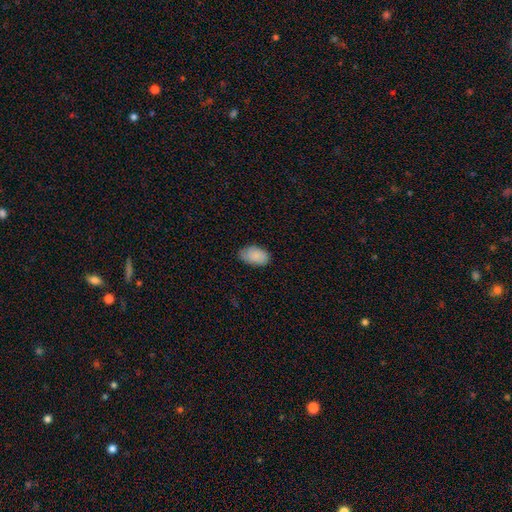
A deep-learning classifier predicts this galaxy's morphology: smooth_or_featured: smooth (p=0.88) [alt: star or artifact p=0.06]
how_rounded: in between (p=0.93) [alt: round p=0.06]
merging: none (p=0.76) [alt: minor disturbance p=0.20]